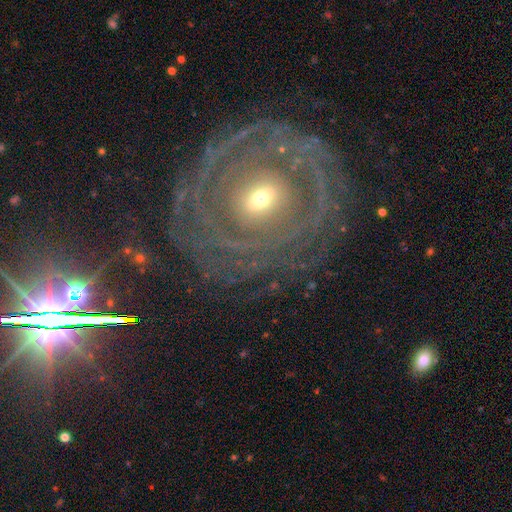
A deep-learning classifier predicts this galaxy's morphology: type=featured or disk (79%); edge-on=no (95%); bar=no (64%); spiral arms=yes (78%); winding=tight (79%); arm count=can't tell (44%); bulge=moderate (51%); merging=none (78%).